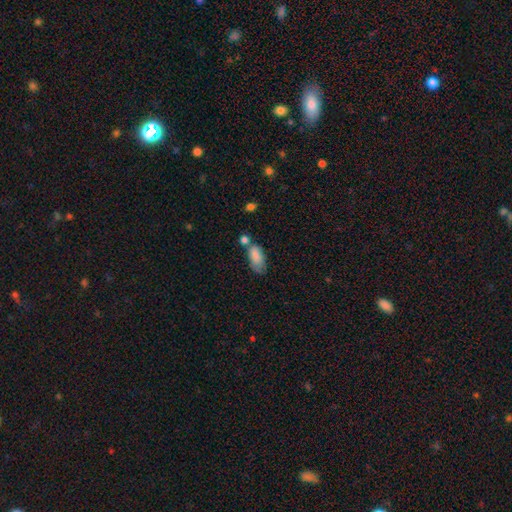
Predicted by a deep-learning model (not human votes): smooth 83%, featured or disk 9%, star or artifact 8%. Down the decision tree: how rounded — in between (90%); merging — none (40%).